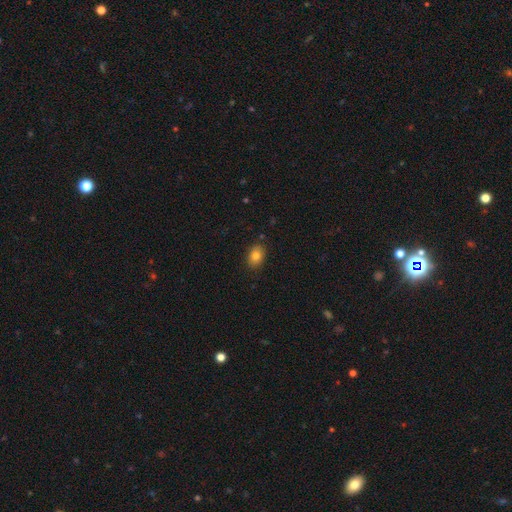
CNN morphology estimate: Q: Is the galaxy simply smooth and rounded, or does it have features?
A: smooth — 81%.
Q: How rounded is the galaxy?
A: in between — 75%.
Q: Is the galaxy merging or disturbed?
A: none — 87%.